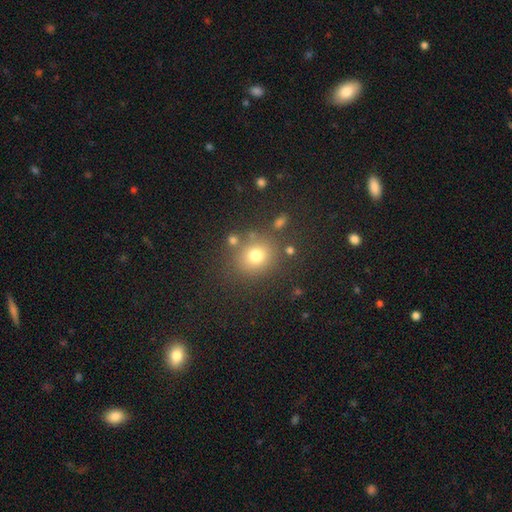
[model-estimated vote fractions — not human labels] This appears to be a smooth galaxy with no disk features (74%) that is round (79%). Merging: none (77%).